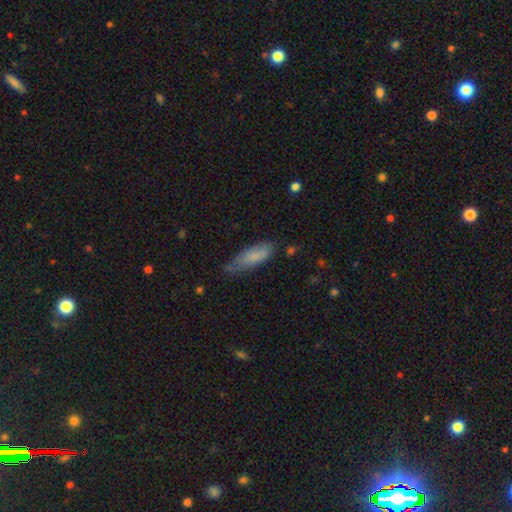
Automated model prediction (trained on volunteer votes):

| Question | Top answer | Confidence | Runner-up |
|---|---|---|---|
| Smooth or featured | smooth | 79% | featured or disk (14%) |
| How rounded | in between | 60% | cigar-shaped (39%) |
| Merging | none | 53% | minor disturbance (35%) |